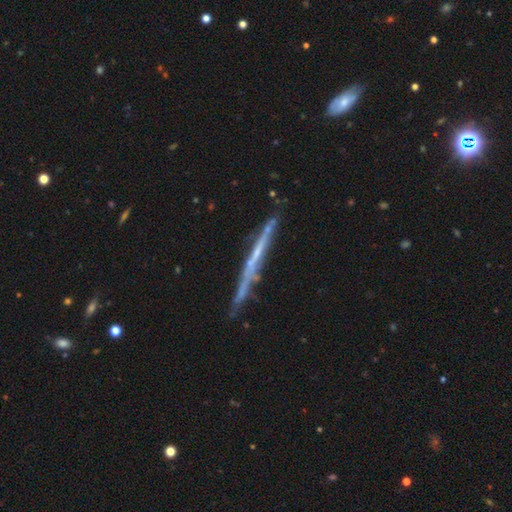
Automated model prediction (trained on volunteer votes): A featured or disk galaxy (67%) viewed edge-on (93%) with no central bulge (84%). Merging: none (73%).